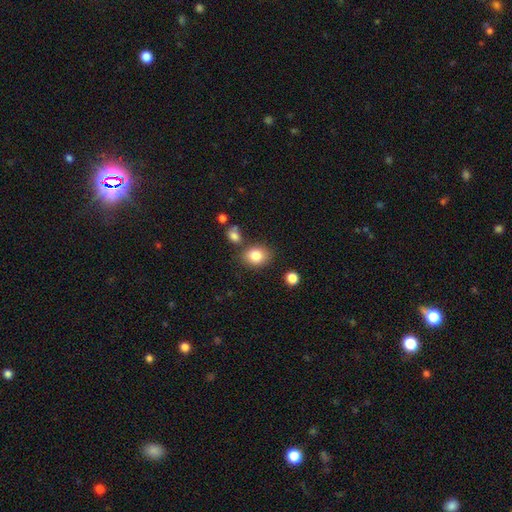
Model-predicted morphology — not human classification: smooth-or-featured: smooth: 84% | star or artifact: 9% | featured or disk: 7%
  how-rounded: in between: 51% | round: 48% | cigar-shaped: 1%
  merging: none: 74% | minor disturbance: 13% | merger: 9% | major disturbance: 4%